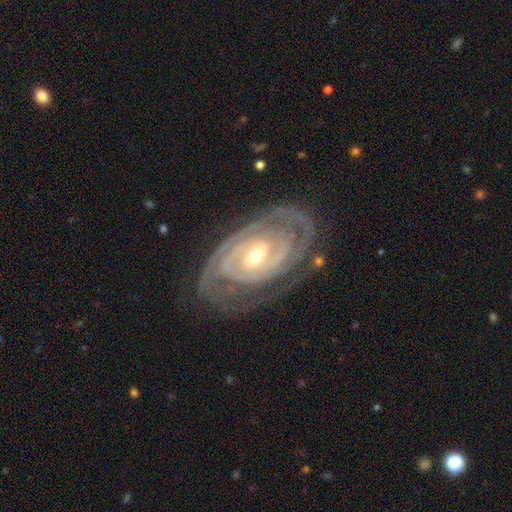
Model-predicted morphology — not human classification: A featured or disk galaxy (91%) with a weak bar (40%), 2 (56%) tight (74%) spiral arms (96%) and a moderate central bulge (54%). Merging: none (68%).